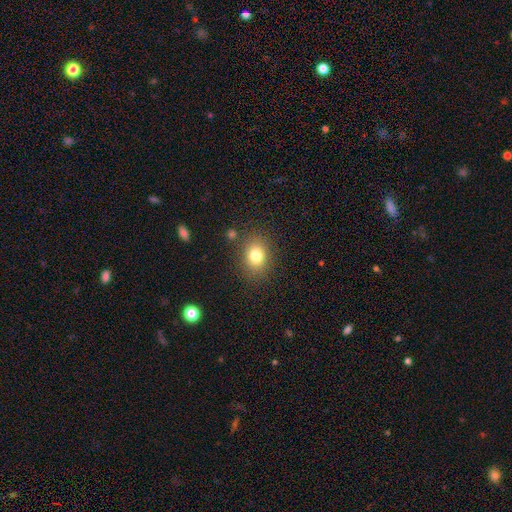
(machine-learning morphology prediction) This is likely a smooth galaxy (79%). How rounded: possibly in between (52%). Merging: clearly none (84%).